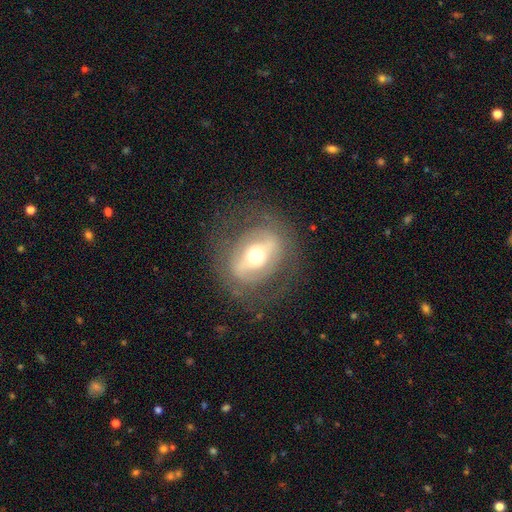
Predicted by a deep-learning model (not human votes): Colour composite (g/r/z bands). It shows a featured or disk galaxy (65%) with a strong bar (51%), no spiral arms (66%) and a moderate central bulge (68%). Merging: none (76%).